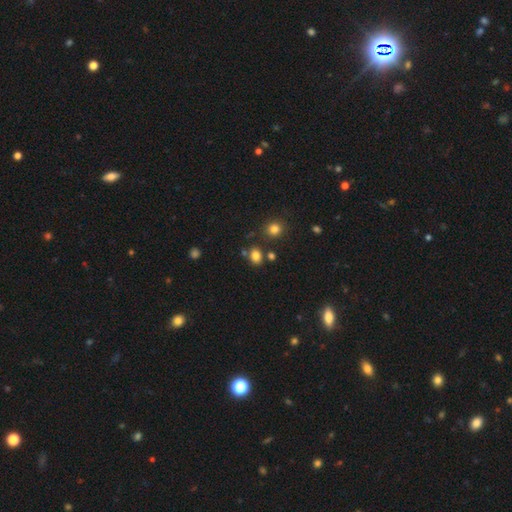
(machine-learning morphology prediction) A smooth galaxy with no disk features (81%) that is in between round and cigar-shaped (54%). Merging: none (73%).